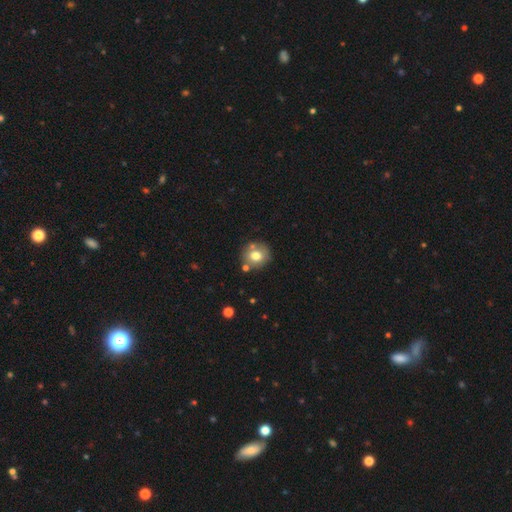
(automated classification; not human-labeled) A smooth galaxy with no disk features (72%) that is round (84%). Merging: none (73%).